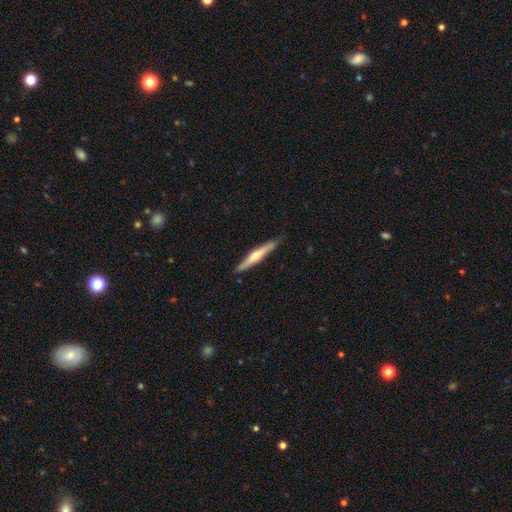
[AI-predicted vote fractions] smooth_or_featured: featured or disk (p=0.58) [alt: smooth p=0.37]
disk_edge_on: yes (p=0.96) [alt: no p=0.04]
edge_on_bulge: rounded (p=0.81) [alt: none p=0.11]
merging: none (p=0.84) [alt: minor disturbance p=0.12]